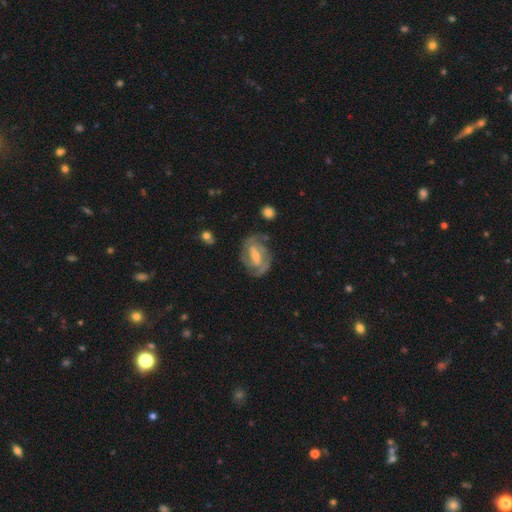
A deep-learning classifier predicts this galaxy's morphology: type=featured or disk (78%); edge-on=no (96%); bar=weak (45%); spiral arms=yes (87%); winding=tight (45%); arm count=2 (57%); bulge=small (46%, tied with moderate); merging=none (68%).